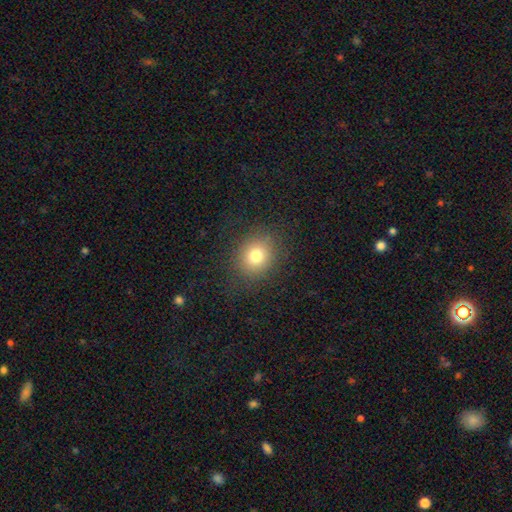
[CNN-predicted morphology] Smooth or featured? Predicted: smooth (p=0.77). How rounded? Predicted: round (p=0.73). Merging? Predicted: none (p=0.85).